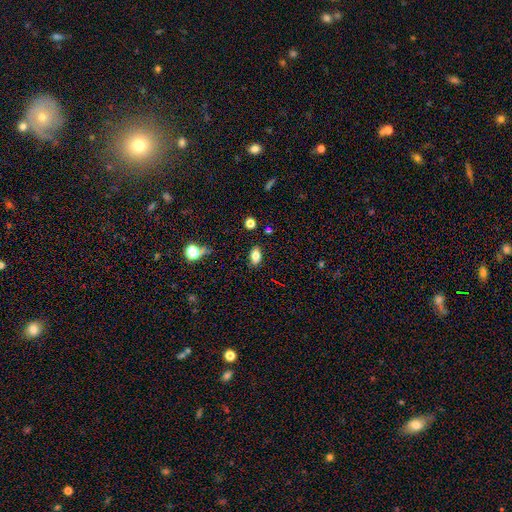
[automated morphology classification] Overall: smooth (78%). How rounded: in between (87%). Merging: none (85%).